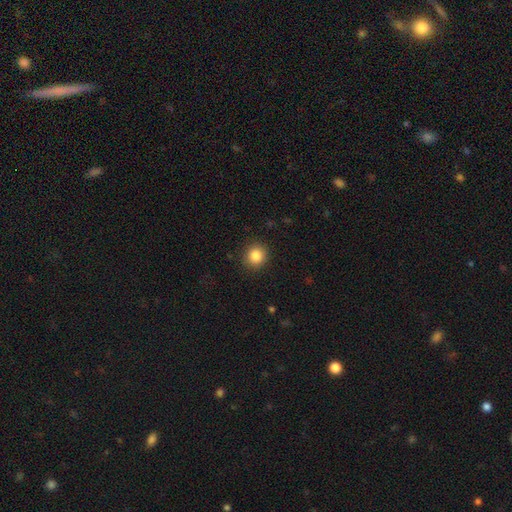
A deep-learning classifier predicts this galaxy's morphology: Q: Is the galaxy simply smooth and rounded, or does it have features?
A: smooth — 85%.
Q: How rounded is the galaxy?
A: round — 89%.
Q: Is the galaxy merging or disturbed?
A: none — 90%.